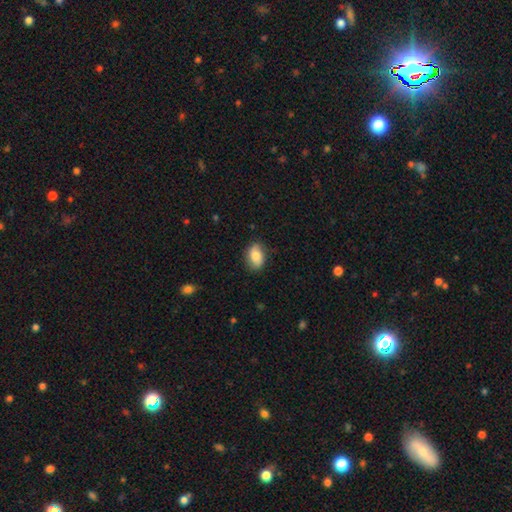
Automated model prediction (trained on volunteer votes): smooth_or_featured: smooth (p=0.78) [alt: featured or disk p=0.14]
how_rounded: in between (p=0.84) [alt: round p=0.14]
merging: none (p=0.77) [alt: minor disturbance p=0.18]